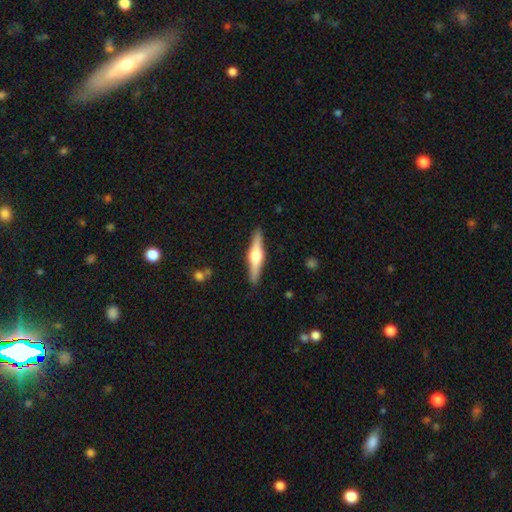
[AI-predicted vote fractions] Smooth or featured?
  - featured or disk: 69% *
  - smooth: 25%
  - star or artifact: 5%
Edge-on disk?
  - yes: 98% *
  - no: 2%
Edge-on bulge?
  - rounded: 92% *
  - boxy: 6%
  - none: 2%
Merging?
  - none: 91% *
  - minor disturbance: 7%
  - major disturbance: 1%
  - merger: 1%